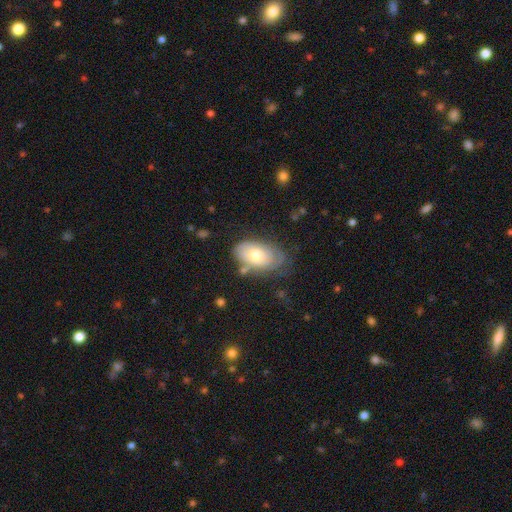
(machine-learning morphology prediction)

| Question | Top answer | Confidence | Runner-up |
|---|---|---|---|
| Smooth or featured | smooth | 54% | featured or disk (40%) |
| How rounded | in between | 91% | round (8%) |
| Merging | none | 57% | minor disturbance (27%) |